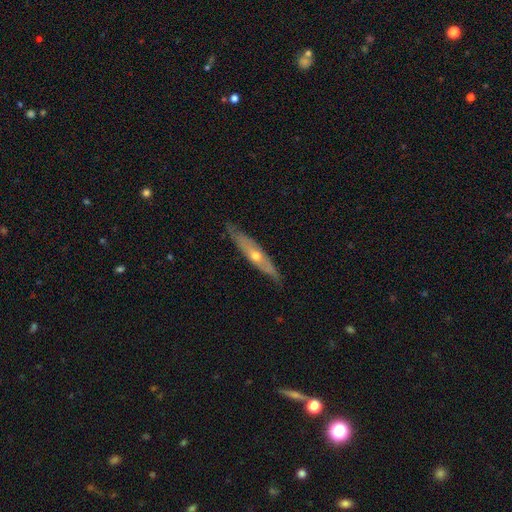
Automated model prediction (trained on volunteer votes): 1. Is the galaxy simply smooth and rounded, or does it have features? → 63% featured or disk, 31% smooth, 5% star or artifact.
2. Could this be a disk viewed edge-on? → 74% yes, 26% no.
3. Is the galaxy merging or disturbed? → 79% none, 17% minor disturbance, 3% major disturbance, 1% merger.